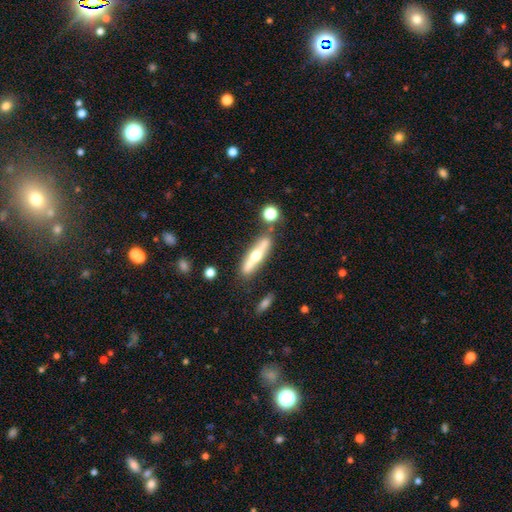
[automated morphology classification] Smooth or featured? Predicted: featured or disk (p=0.59). Edge-on disk? Predicted: yes (p=0.84). Merging? Predicted: none (p=0.70).